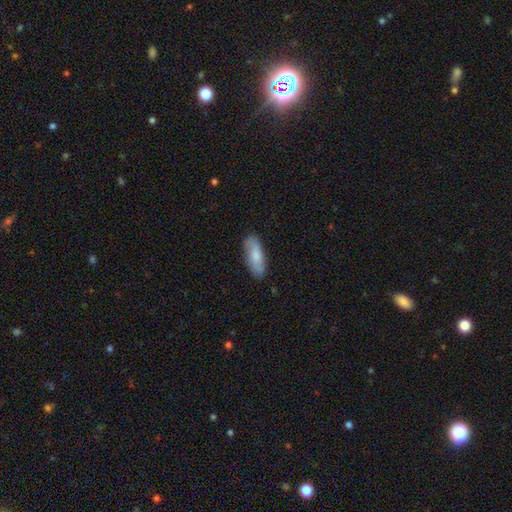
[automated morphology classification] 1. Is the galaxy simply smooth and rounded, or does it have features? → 71% smooth, 23% featured or disk, 6% star or artifact.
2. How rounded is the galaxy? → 71% in between, 27% cigar-shaped, 2% round.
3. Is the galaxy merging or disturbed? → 83% none, 13% minor disturbance, 3% major disturbance, 1% merger.